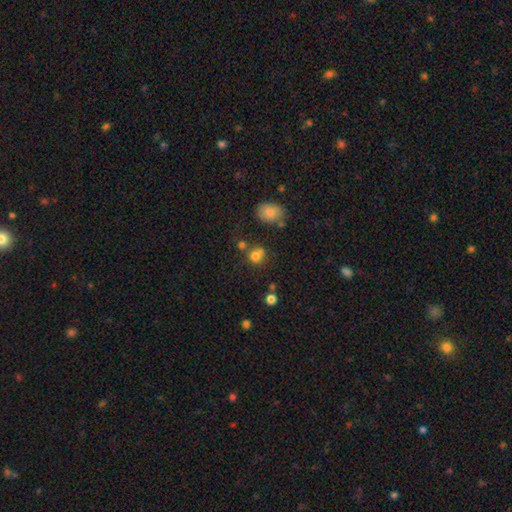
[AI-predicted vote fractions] Smooth or featured? smooth (75%)
How rounded? round (77%)
Merging? none (52%)